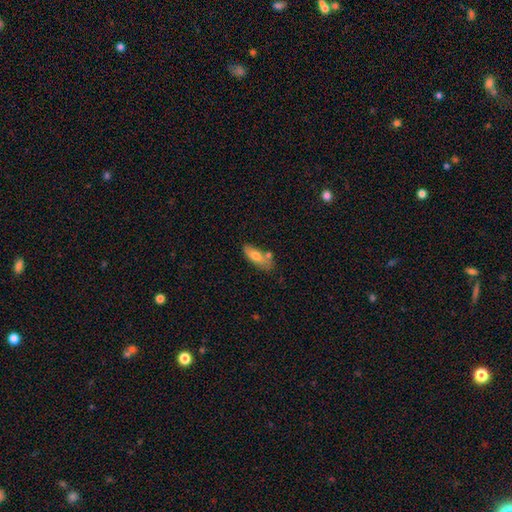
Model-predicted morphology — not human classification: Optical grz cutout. It shows a smooth galaxy with no disk features (70%) that is in between round and cigar-shaped (72%). Merging: none (54%).